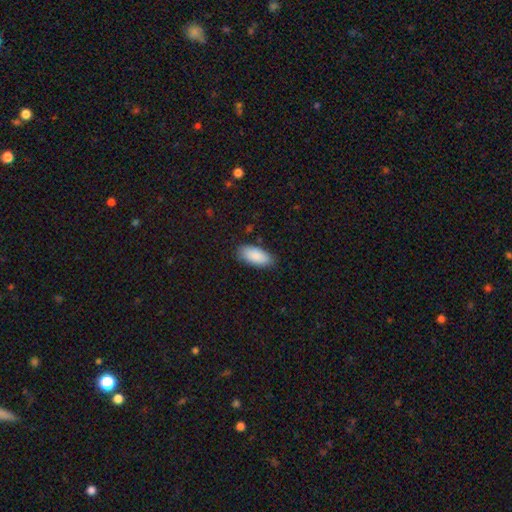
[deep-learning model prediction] smooth 89%, star or artifact 6%, featured or disk 5%. Down the decision tree: how rounded — in between (91%); merging — none (83%).